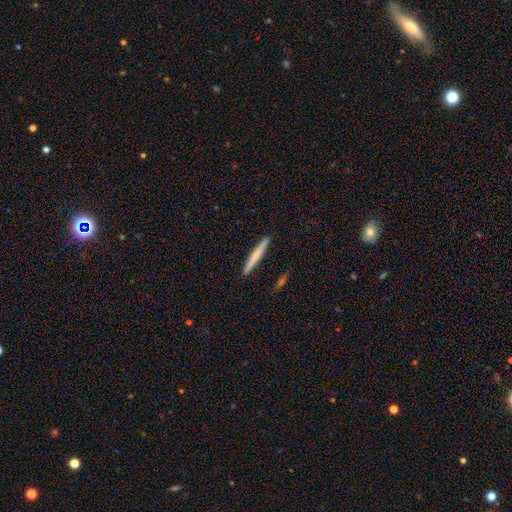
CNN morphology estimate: Smooth or featured? Predicted: smooth (p=0.57). How rounded? Predicted: cigar-shaped (p=0.96). Merging? Predicted: none (p=0.92).